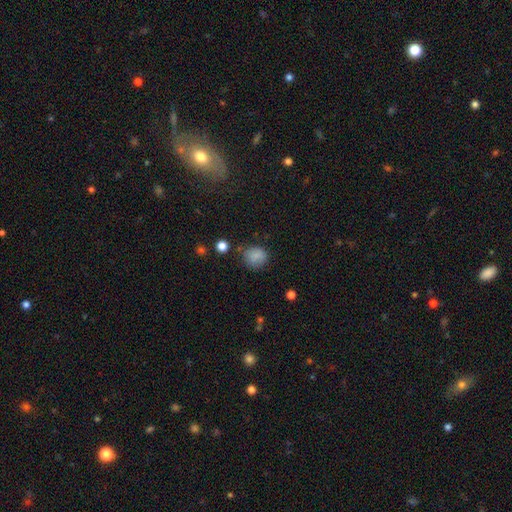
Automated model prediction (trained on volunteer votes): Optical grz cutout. It shows a smooth galaxy with no disk features (82%) that is round (78%). Merging: none (72%).